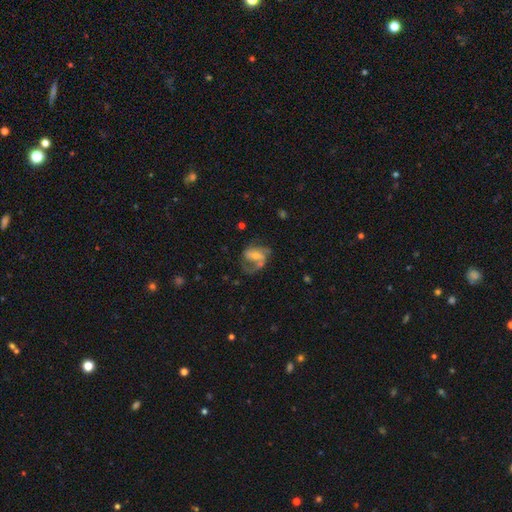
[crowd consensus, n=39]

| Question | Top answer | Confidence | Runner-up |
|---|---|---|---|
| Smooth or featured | featured or disk | 64% | smooth (28%) |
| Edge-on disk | no | 100% | — |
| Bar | no | 44% | weak (36%) |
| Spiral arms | yes | 96% | no (4%) |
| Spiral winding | medium | 58% | loose (38%) |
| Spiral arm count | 2 | 46% | can't tell (25%) |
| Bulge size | moderate | 68% | small (32%) |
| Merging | major disturbance | 36% | none (28%) |